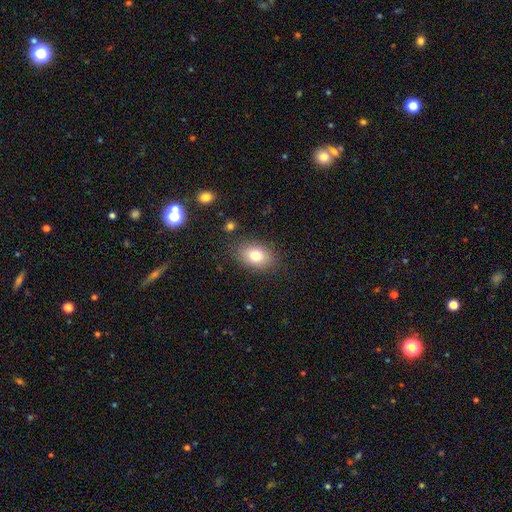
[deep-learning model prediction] Smooth or featured? Predicted: smooth (p=0.79). How rounded? Predicted: in between (p=0.81). Merging? Predicted: none (p=0.84).